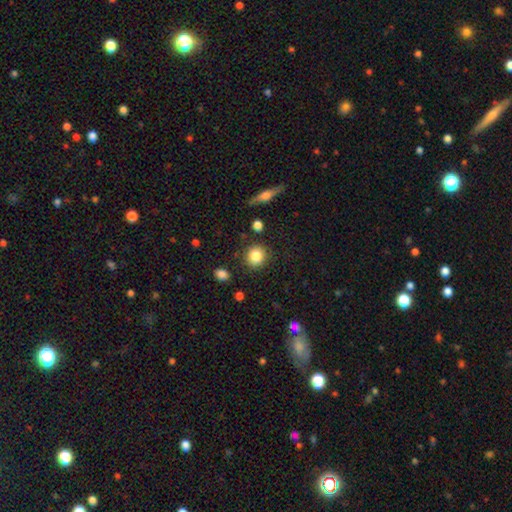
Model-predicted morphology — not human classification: Smooth or featured? Predicted: smooth (p=0.84). How rounded? Predicted: round (p=0.84). Merging? Predicted: none (p=0.86).